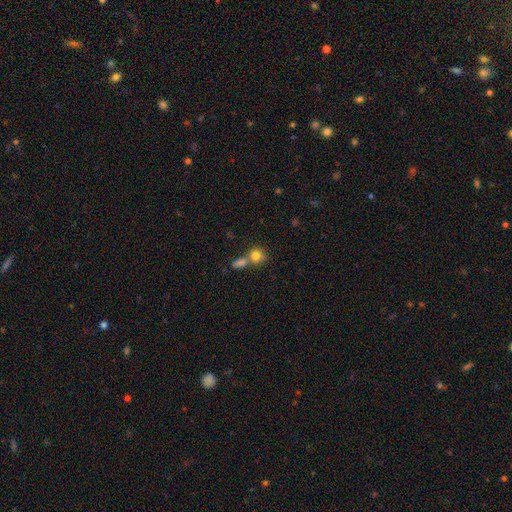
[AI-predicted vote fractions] smooth_or_featured: smooth (p=0.81) [alt: star or artifact p=0.10]
how_rounded: round (p=0.74) [alt: in between p=0.25]
merging: merger (p=0.43) [alt: none p=0.42]